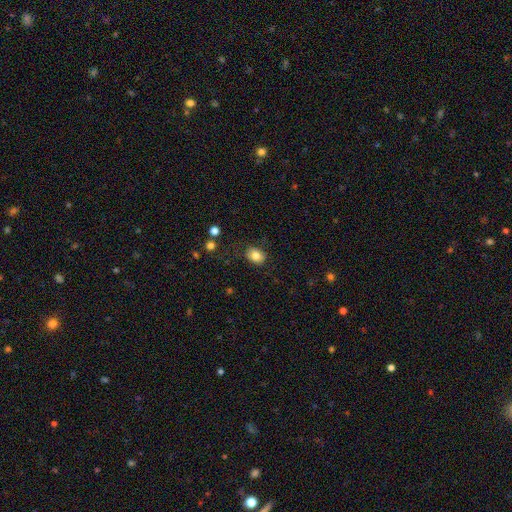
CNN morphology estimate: This is clearly a smooth galaxy (82%). How rounded: possibly in between (55%). Merging: clearly none (82%).